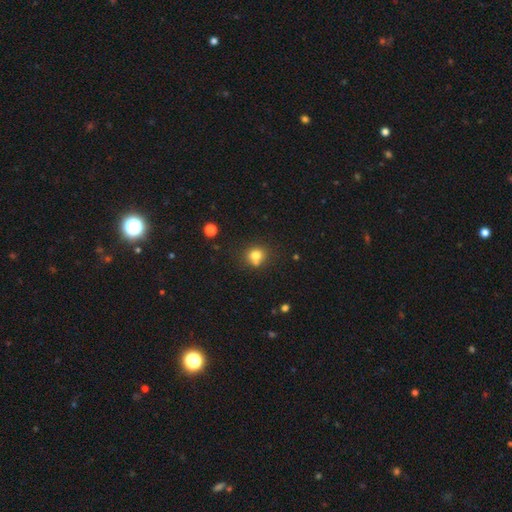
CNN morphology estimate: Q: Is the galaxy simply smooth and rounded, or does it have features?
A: smooth — 76%.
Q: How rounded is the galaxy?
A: round — 83%.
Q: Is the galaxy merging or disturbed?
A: none — 60%.